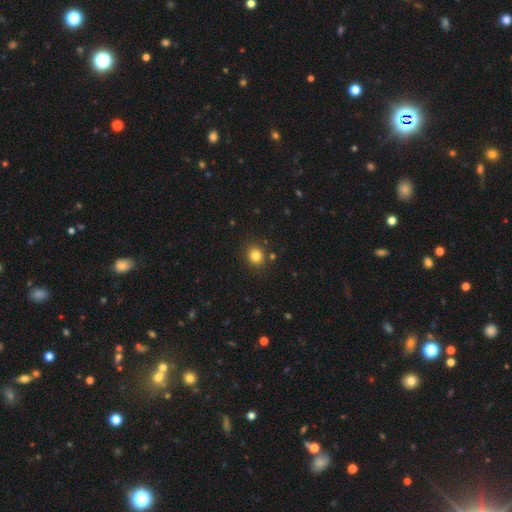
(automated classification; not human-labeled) Smooth or featured: smooth — 82% (star or artifact — 13%)
How rounded: round — 81% (in between — 18%)
Merging: none — 86% (minor disturbance — 8%)